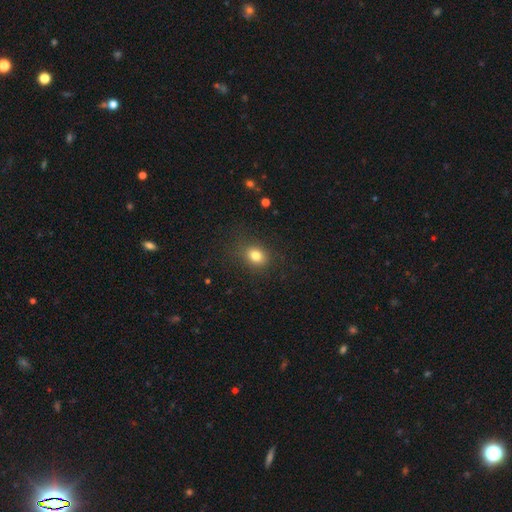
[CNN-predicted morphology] This appears to be a smooth galaxy with no disk features (80%) that is in between round and cigar-shaped (50%). Merging: none (81%).